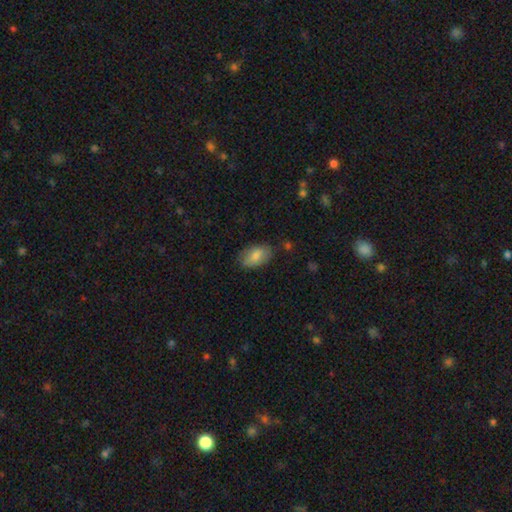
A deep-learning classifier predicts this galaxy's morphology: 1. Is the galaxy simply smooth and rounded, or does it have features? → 80% smooth, 13% featured or disk, 7% star or artifact.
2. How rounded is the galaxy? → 92% in between, 5% round, 2% cigar-shaped.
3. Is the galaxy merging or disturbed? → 77% none, 17% minor disturbance, 4% major disturbance, 2% merger.